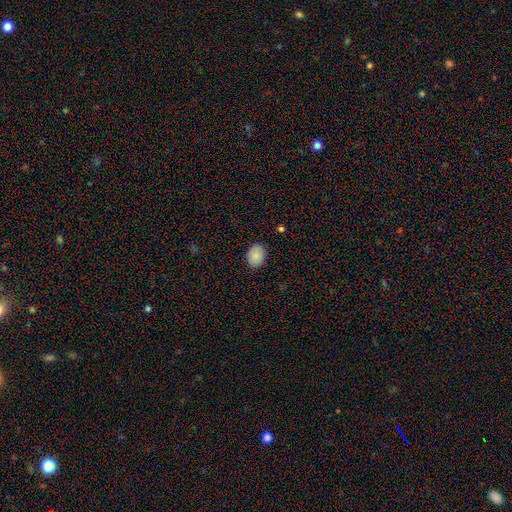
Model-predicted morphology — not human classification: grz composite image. It shows a smooth galaxy with no disk features (88%) that is in between round and cigar-shaped (69%). Merging: none (87%).